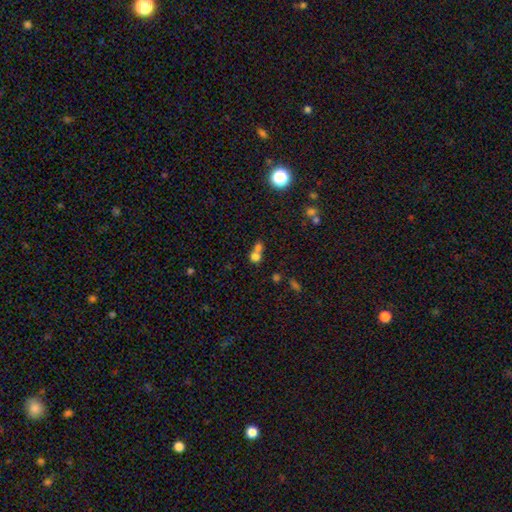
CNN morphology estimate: smooth_or_featured: smooth (p=0.72) [alt: star or artifact p=0.15]
how_rounded: round (p=0.70) [alt: in between p=0.28]
merging: merger (p=0.64) [alt: none p=0.26]